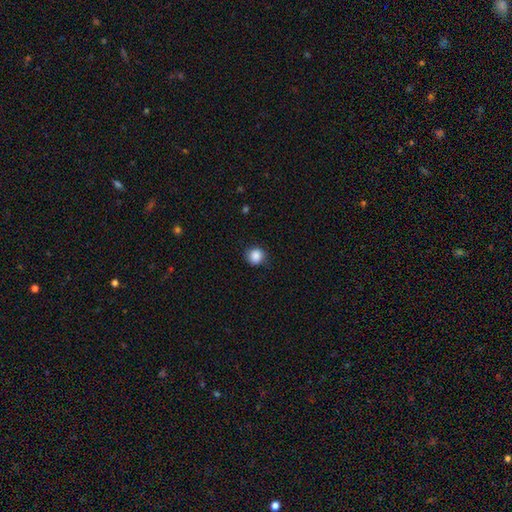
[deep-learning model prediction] Smooth or featured? Predicted: smooth (p=0.88). How rounded? Predicted: round (p=0.89). Merging? Predicted: none (p=0.85).